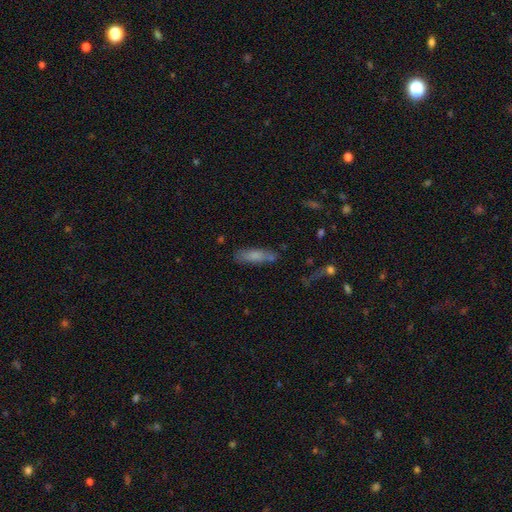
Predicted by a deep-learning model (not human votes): Smooth or featured?
  - smooth: 72% *
  - featured or disk: 19%
  - star or artifact: 9%
How rounded?
  - cigar-shaped: 66% *
  - in between: 32%
  - round: 2%
Merging?
  - none: 69% *
  - minor disturbance: 18%
  - merger: 7%
  - major disturbance: 5%